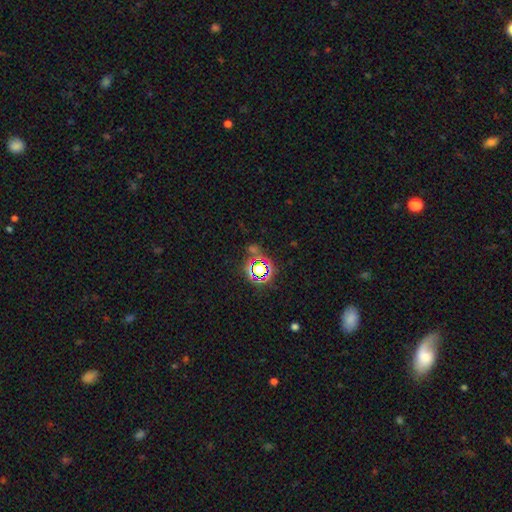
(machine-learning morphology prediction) Smooth or featured? Predicted: star or artifact (p=0.75).